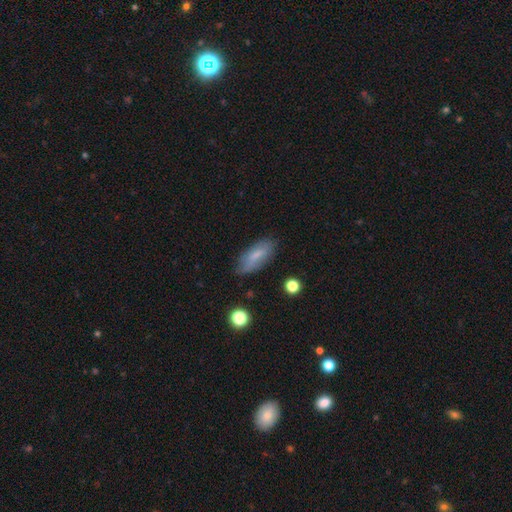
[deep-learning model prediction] A smooth galaxy with no disk features (70%) that is in between round and cigar-shaped (77%).

Vote fractions:
- Smooth or featured? smooth: 70% / featured or disk: 23% / star or artifact: 7%
- How rounded? in between: 77% / cigar-shaped: 20% / round: 2%
- Merging? none: 76% / minor disturbance: 18% / major disturbance: 4% / merger: 2%